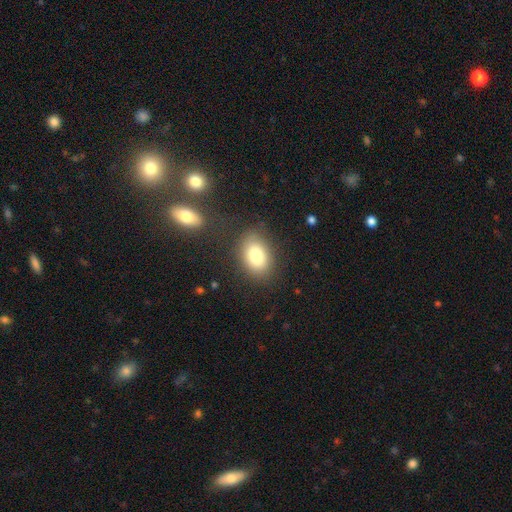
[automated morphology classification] smooth-or-featured: smooth: 81% | featured or disk: 10% | star or artifact: 9%
  how-rounded: in between: 82% | round: 16% | cigar-shaped: 1%
  merging: none: 79% | minor disturbance: 13% | major disturbance: 4% | merger: 4%